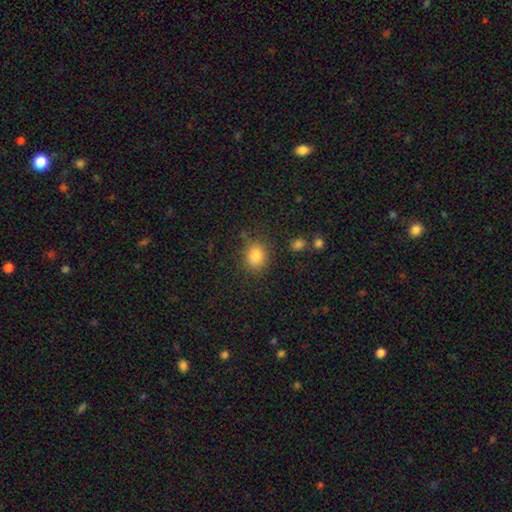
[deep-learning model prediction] A smooth galaxy with no disk features (84%) that is round (65%). Merging: none (78%).